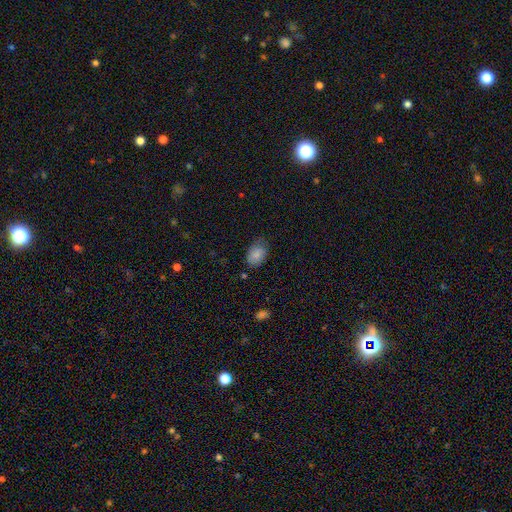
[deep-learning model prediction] Smooth or featured? Predicted: smooth (p=0.80). How rounded? Predicted: in between (p=0.86). Merging? Predicted: none (p=0.67).